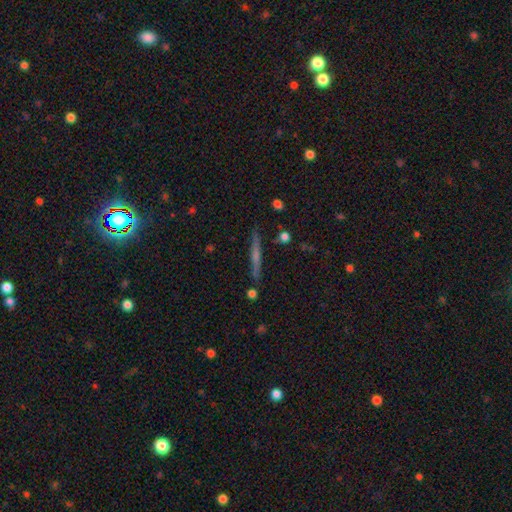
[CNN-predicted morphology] smooth_or_featured: featured or disk (p=0.64) [alt: smooth p=0.27]
disk_edge_on: yes (p=0.97) [alt: no p=0.03]
edge_on_bulge: rounded (p=0.54) [alt: none p=0.36]
merging: none (p=0.89) [alt: minor disturbance p=0.07]